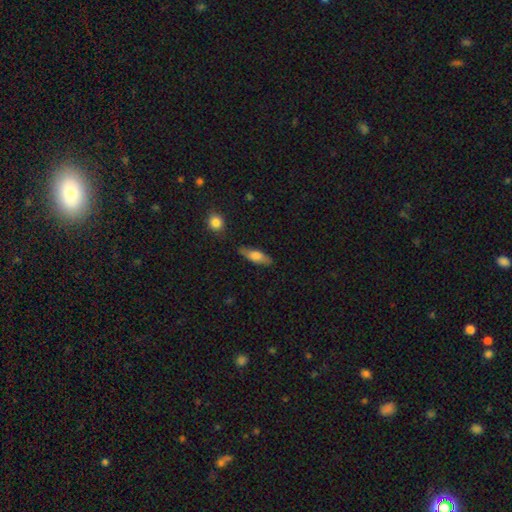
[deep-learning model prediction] Q: Smooth or featured?
A: smooth (65%); runner-up: featured or disk (29%)
Q: How rounded?
A: in between (51%); runner-up: cigar-shaped (46%)
Q: Merging?
A: none (80%); runner-up: minor disturbance (14%)